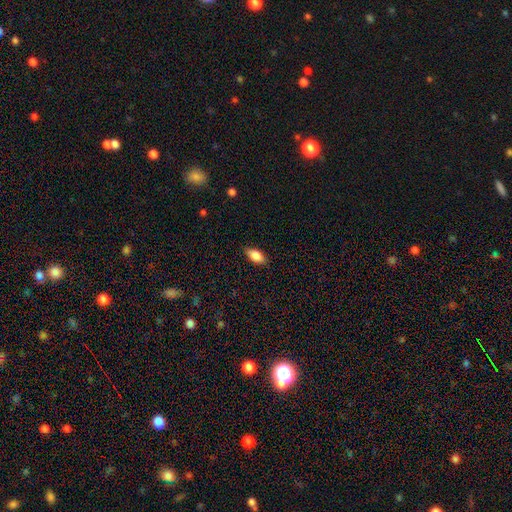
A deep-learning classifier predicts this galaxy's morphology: This is clearly a smooth galaxy (86%). How rounded: clearly in between (89%). Merging: clearly none (84%).